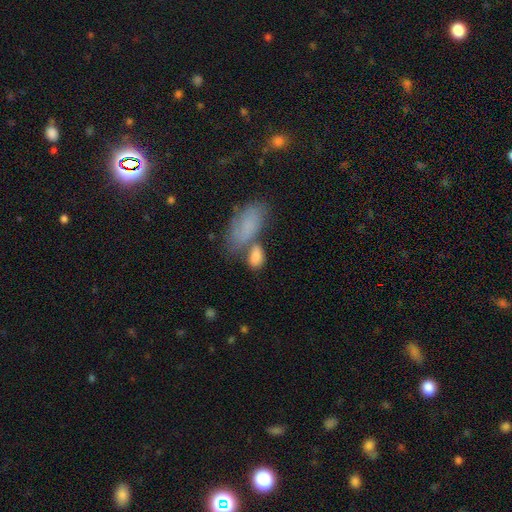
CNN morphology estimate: type=smooth (79%); roundness=in between (86%); merging=none (44%).